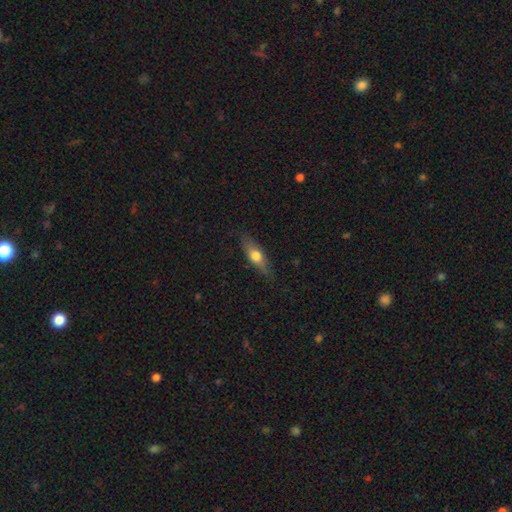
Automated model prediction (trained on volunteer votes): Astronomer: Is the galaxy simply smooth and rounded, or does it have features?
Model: smooth — 56% (runner-up: featured or disk, 37%).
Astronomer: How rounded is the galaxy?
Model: cigar-shaped — 49% (runner-up: in between, 47%).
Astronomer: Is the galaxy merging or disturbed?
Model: none — 81%.